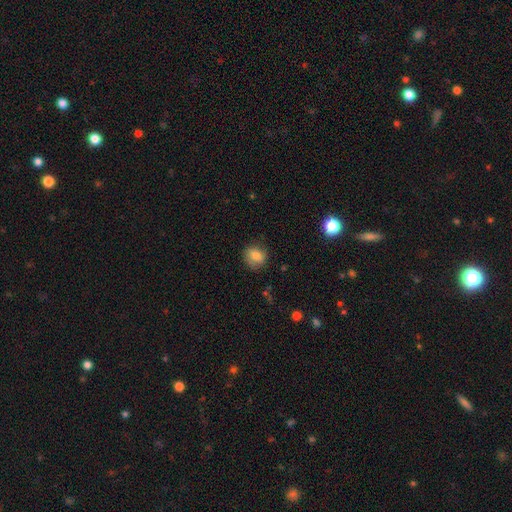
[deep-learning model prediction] Smooth or featured: smooth — 80% (featured or disk — 10%)
How rounded: round — 67% (in between — 32%)
Merging: none — 78% (minor disturbance — 17%)